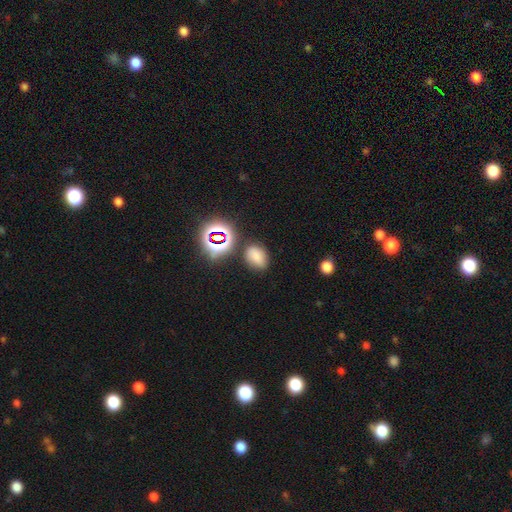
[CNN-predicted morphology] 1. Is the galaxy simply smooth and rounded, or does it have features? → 68% smooth, 23% star or artifact, 9% featured or disk.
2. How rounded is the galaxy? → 69% in between, 29% round, 2% cigar-shaped.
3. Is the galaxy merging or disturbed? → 73% none, 16% minor disturbance, 6% merger, 5% major disturbance.